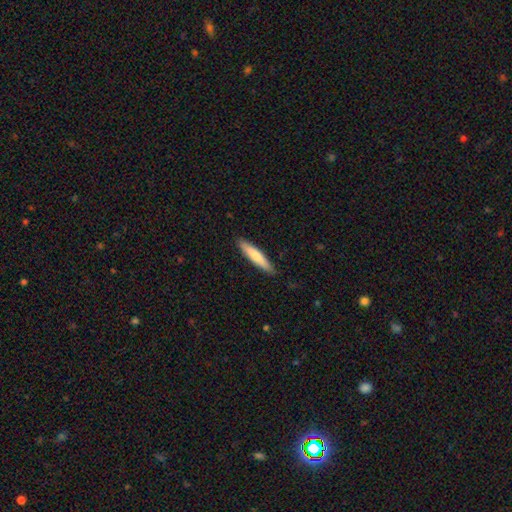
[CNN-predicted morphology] Smooth or featured: smooth — 74% (featured or disk — 21%)
How rounded: cigar-shaped — 88% (in between — 11%)
Merging: none — 89% (minor disturbance — 9%)